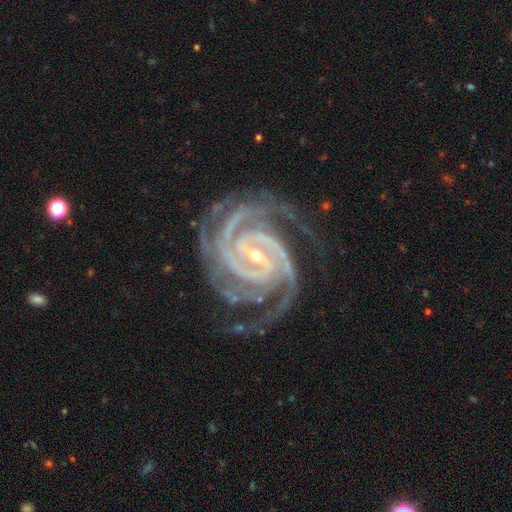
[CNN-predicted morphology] Smooth or featured?
  - featured or disk: 94% *
  - star or artifact: 4%
  - smooth: 2%
Edge-on disk?
  - no: 98% *
  - yes: 2%
Bar?
  - strong: 44% *
  - weak: 39%
  - no: 18%
Spiral arms?
  - yes: 99% *
  - no: 1%
Spiral winding?
  - tight: 70% *
  - medium: 27%
  - loose: 3%
Spiral arm count?
  - 3: 32% *
  - 4: 24%
  - 2: 21%
  - can't tell: 8%
  - more than 4: 8%
  - 1: 7%
Bulge size?
  - small: 76% *
  - moderate: 21%
  - none: 1%
  - large: 1%
  - dominant: 1%
Merging?
  - none: 73% *
  - minor disturbance: 17%
  - major disturbance: 9%
  - merger: 1%